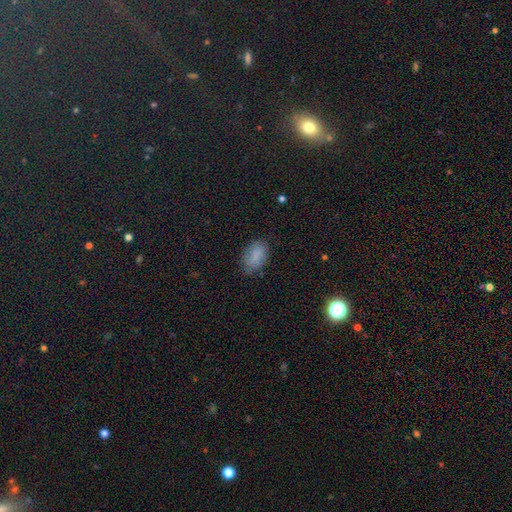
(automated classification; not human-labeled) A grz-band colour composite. It shows a smooth galaxy with no disk features (83%) that is in between round and cigar-shaped (89%). Merging: none (72%).